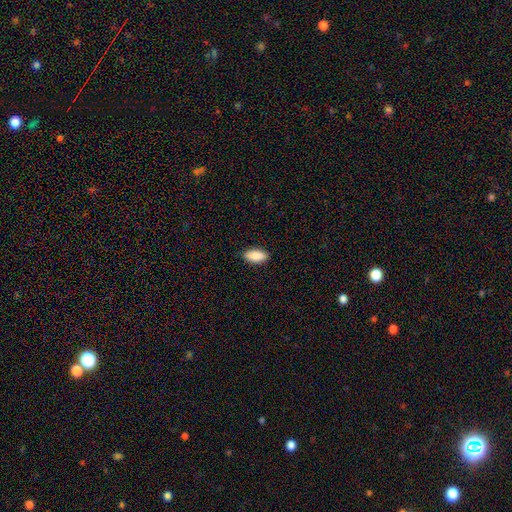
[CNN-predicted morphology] smooth_or_featured: smooth (p=0.90) [alt: star or artifact p=0.06]
how_rounded: in between (p=0.90) [alt: cigar-shaped p=0.08]
merging: none (p=0.89) [alt: minor disturbance p=0.08]